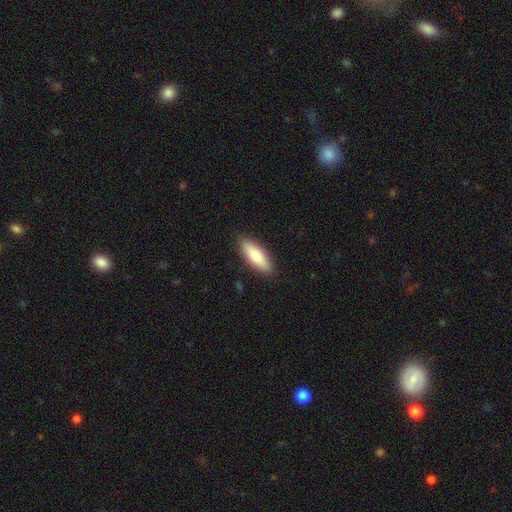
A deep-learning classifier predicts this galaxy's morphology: smooth 81%, featured or disk 13%, star or artifact 5%. Down the decision tree: how rounded — in between (61%); merging — none (88%).